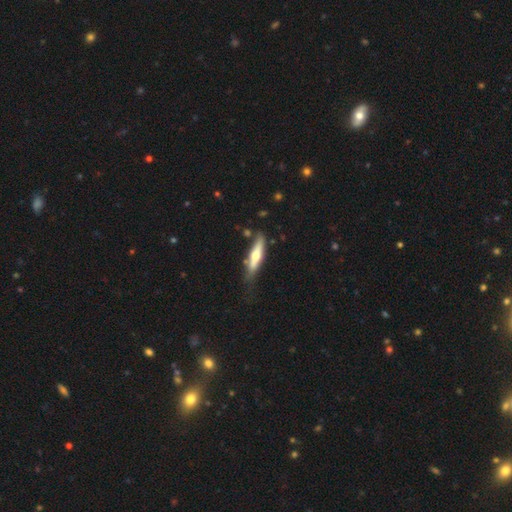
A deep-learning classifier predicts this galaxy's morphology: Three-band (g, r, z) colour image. It shows a featured or disk galaxy (53%) viewed edge-on (87%). Merging: none (66%).